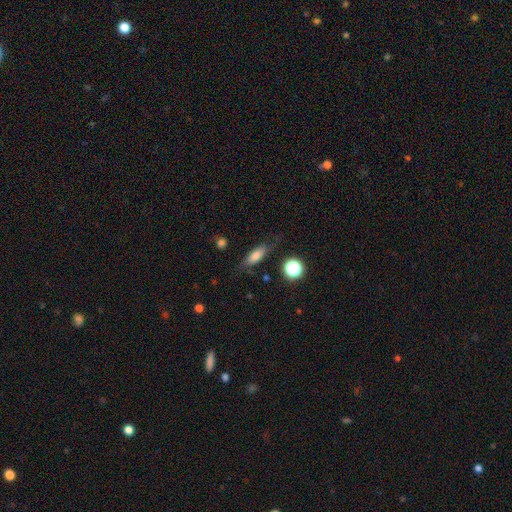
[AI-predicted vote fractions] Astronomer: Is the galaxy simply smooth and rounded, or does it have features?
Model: smooth — 72%.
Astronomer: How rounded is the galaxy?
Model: in between — 59% (runner-up: cigar-shaped, 35%).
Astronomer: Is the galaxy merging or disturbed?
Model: none — 75%.